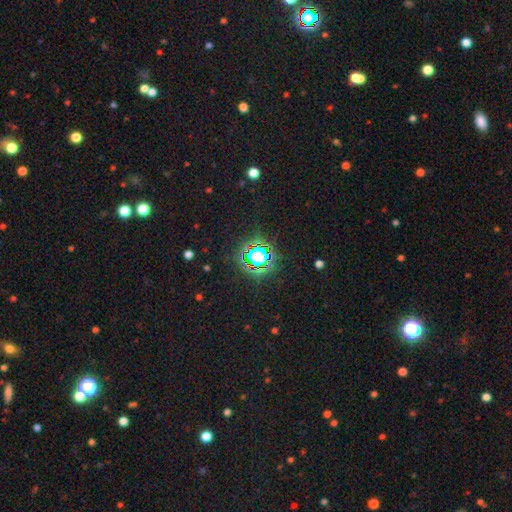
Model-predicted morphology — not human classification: star or artifact 71%, smooth 18%, featured or disk 11%.